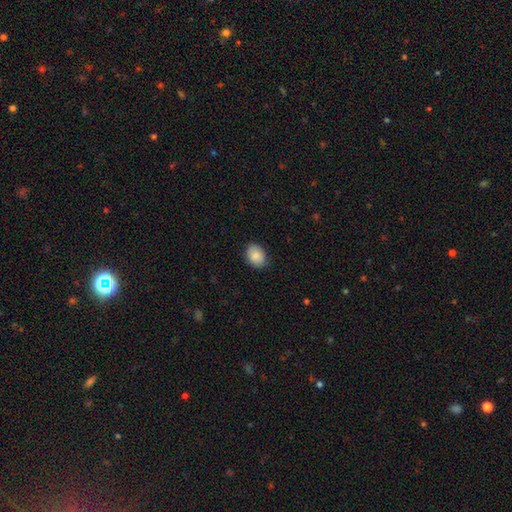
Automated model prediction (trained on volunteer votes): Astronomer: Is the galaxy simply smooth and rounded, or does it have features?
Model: smooth — 86%.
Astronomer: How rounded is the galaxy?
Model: in between — 68%.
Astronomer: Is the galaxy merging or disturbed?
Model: none — 81%.